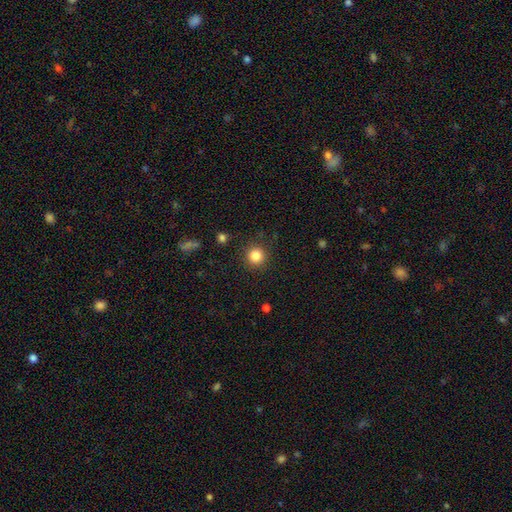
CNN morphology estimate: smooth-or-featured: smooth: 84% | star or artifact: 11% | featured or disk: 5%
  how-rounded: round: 94% | in between: 5% | cigar-shaped: 1%
  merging: none: 90% | minor disturbance: 6% | major disturbance: 2% | merger: 1%